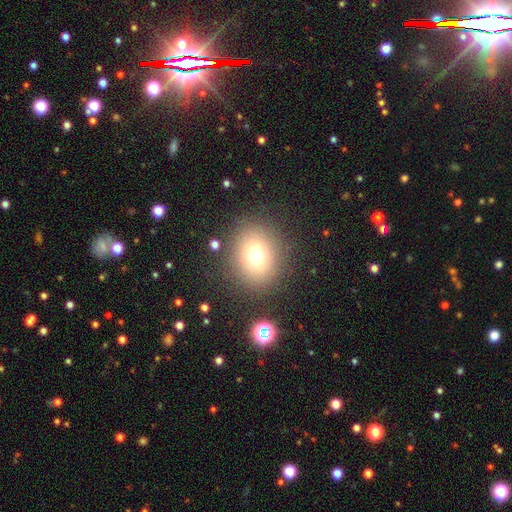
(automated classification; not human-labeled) smooth 69%, star or artifact 19%, featured or disk 12%. Down the decision tree: how rounded — round (76%); merging — none (83%).